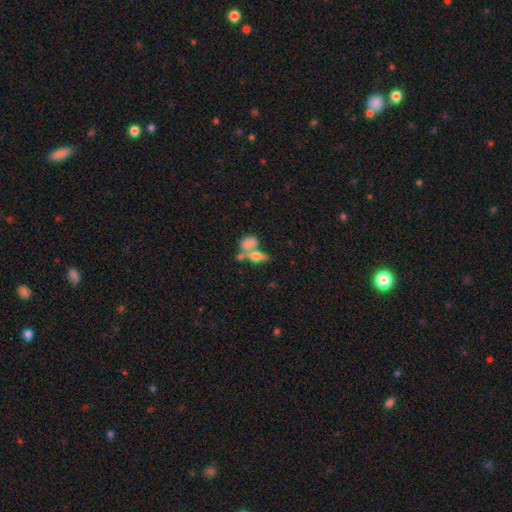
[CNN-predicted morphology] Smooth or featured?
  - smooth: 62% *
  - featured or disk: 28%
  - star or artifact: 10%
How rounded?
  - in between: 72% *
  - round: 14%
  - cigar-shaped: 14%
Merging?
  - merger: 49% *
  - none: 34%
  - minor disturbance: 11%
  - major disturbance: 6%